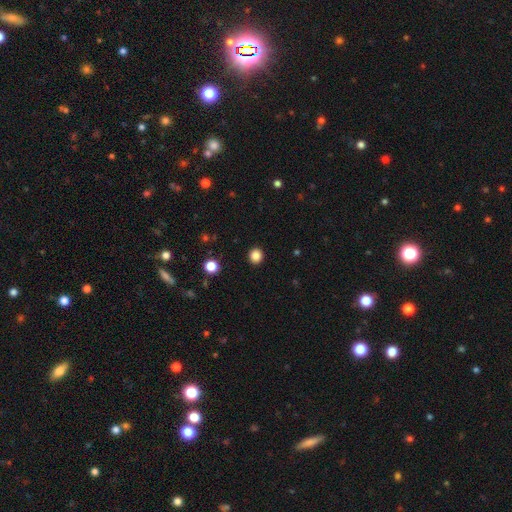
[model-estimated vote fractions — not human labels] This is clearly a smooth galaxy (86%). How rounded: clearly round (90%). Merging: clearly none (93%).